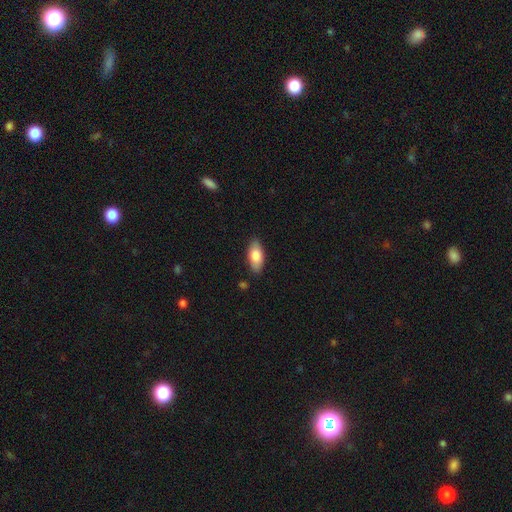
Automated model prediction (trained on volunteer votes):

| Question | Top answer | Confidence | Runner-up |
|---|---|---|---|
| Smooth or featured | smooth | 80% | featured or disk (15%) |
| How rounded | in between | 90% | cigar-shaped (8%) |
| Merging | none | 85% | minor disturbance (11%) |